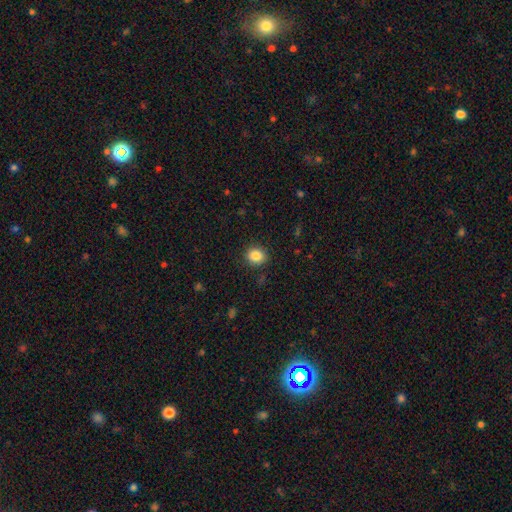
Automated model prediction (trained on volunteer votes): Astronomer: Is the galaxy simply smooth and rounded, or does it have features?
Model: smooth — 86%.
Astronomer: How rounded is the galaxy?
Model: round — 63%.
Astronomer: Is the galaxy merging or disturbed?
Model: none — 89%.